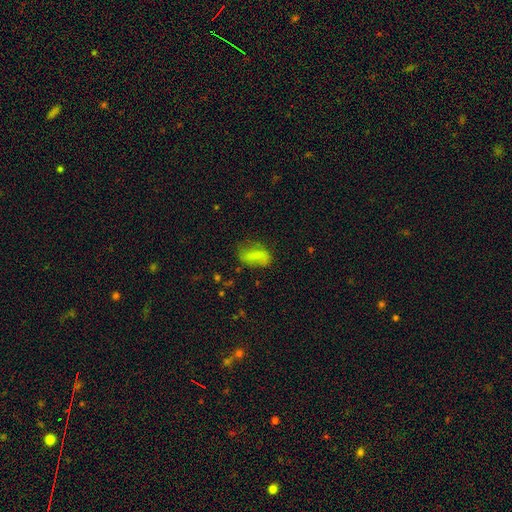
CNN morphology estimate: Smooth or featured: smooth — 69% (featured or disk — 21%)
How rounded: in between — 81% (cigar-shaped — 13%)
Merging: none — 52% (minor disturbance — 28%)